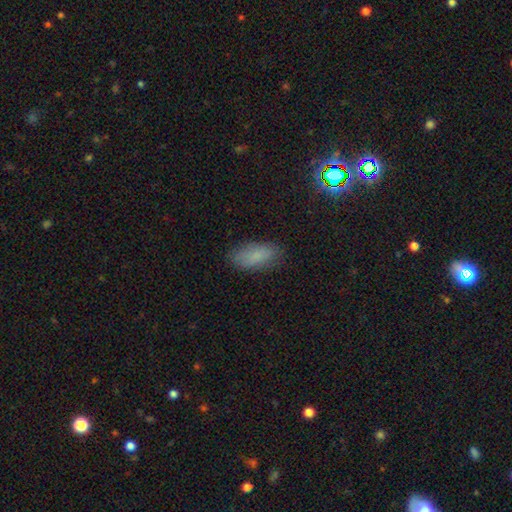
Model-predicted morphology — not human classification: smooth 81%, star or artifact 10%, featured or disk 9%. Down the decision tree: how rounded — in between (86%); merging — none (81%).